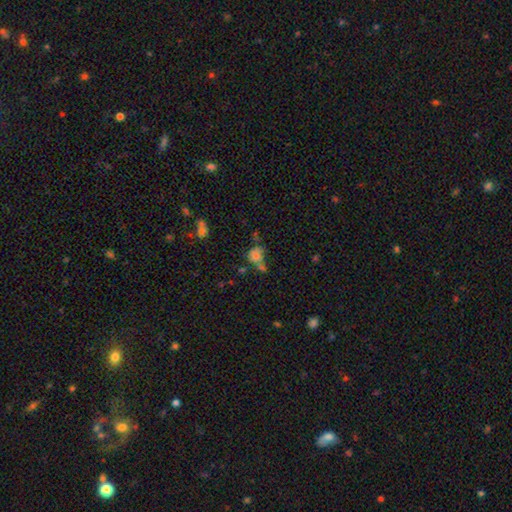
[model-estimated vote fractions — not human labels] This appears to be a smooth galaxy with no disk features (69%) that is round (65%). Merging: merger (37%).